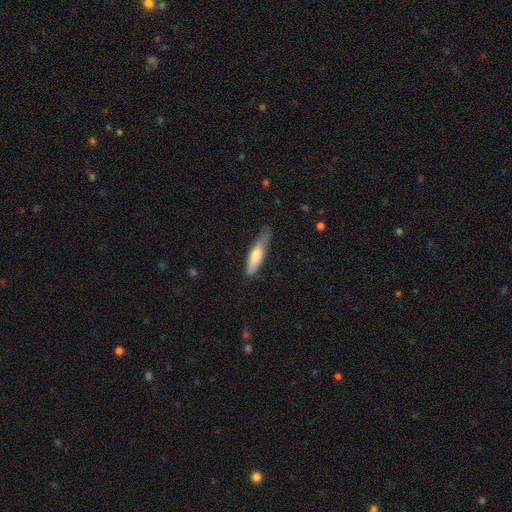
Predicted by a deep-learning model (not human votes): Smooth or featured? Predicted: smooth (p=0.62). How rounded? Predicted: cigar-shaped (p=0.74). Merging? Predicted: none (p=0.61).